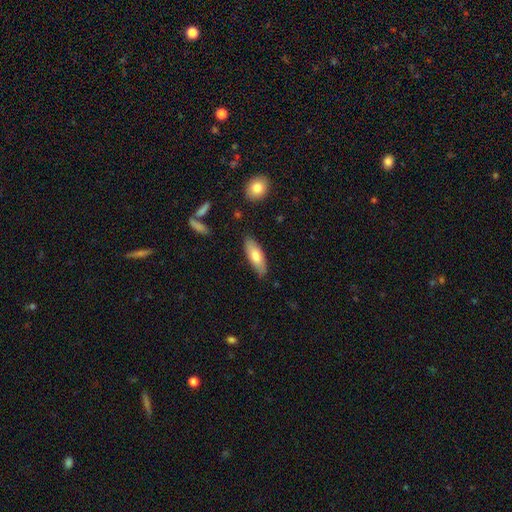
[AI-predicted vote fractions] Q: Smooth or featured?
A: smooth (72%); runner-up: featured or disk (22%)
Q: How rounded?
A: in between (70%); runner-up: cigar-shaped (28%)
Q: Merging?
A: none (82%); runner-up: minor disturbance (14%)